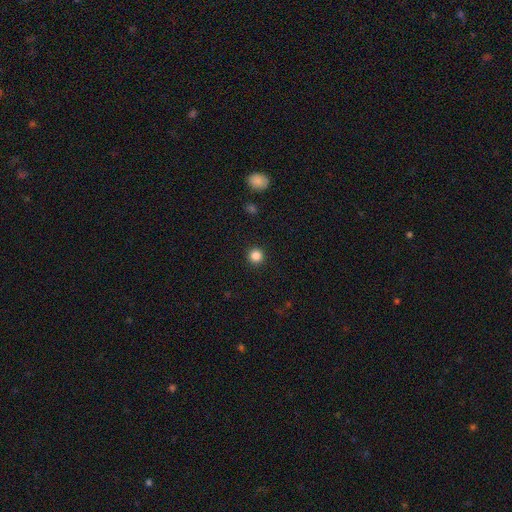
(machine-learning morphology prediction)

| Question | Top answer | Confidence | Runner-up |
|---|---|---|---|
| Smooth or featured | smooth | 85% | star or artifact (11%) |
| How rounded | round | 96% | in between (3%) |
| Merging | none | 93% | minor disturbance (4%) |